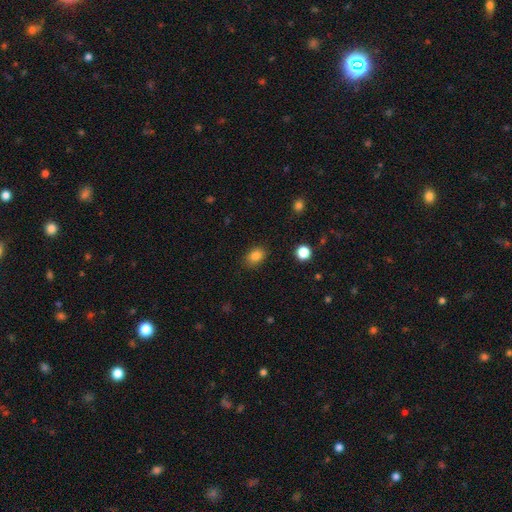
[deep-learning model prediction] smooth 84%, star or artifact 11%, featured or disk 5%. Down the decision tree: how rounded — in between (72%); merging — none (85%).